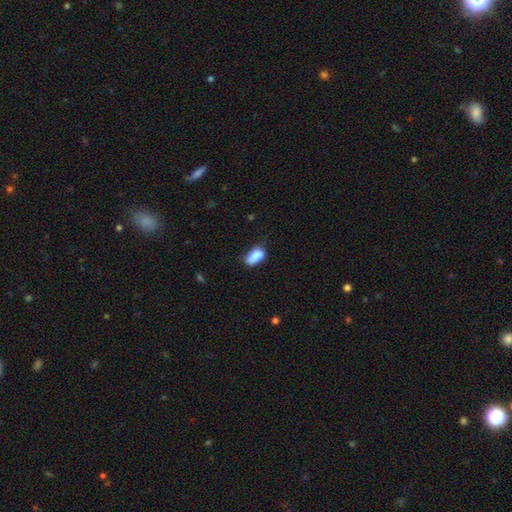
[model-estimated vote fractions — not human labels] Smooth or featured? smooth (83%)
How rounded? in between (90%)
Merging? none (51%)